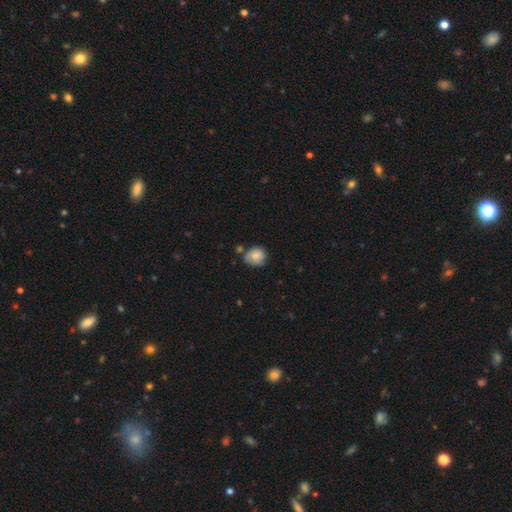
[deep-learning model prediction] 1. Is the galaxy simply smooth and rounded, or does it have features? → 82% smooth, 10% featured or disk, 8% star or artifact.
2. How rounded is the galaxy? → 73% round, 26% in between, 1% cigar-shaped.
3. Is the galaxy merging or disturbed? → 61% none, 26% minor disturbance, 8% merger, 5% major disturbance.